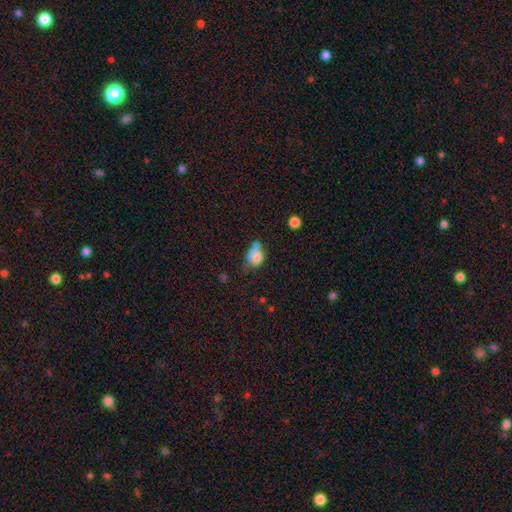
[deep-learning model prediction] Smooth or featured? Predicted: smooth (p=0.73). How rounded? Predicted: in between (p=0.68). Merging? Predicted: minor disturbance (p=0.28).